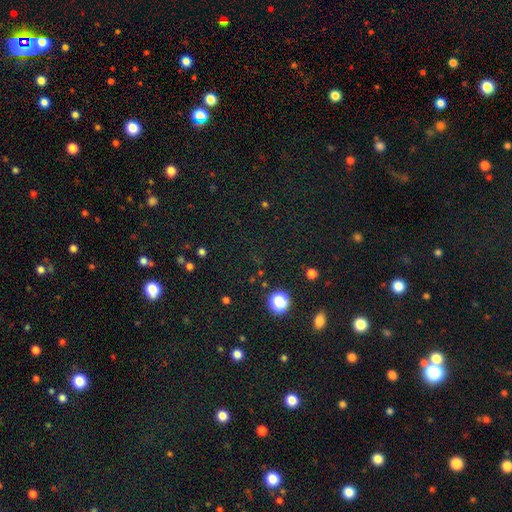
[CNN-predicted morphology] Overall: star or artifact (73%).